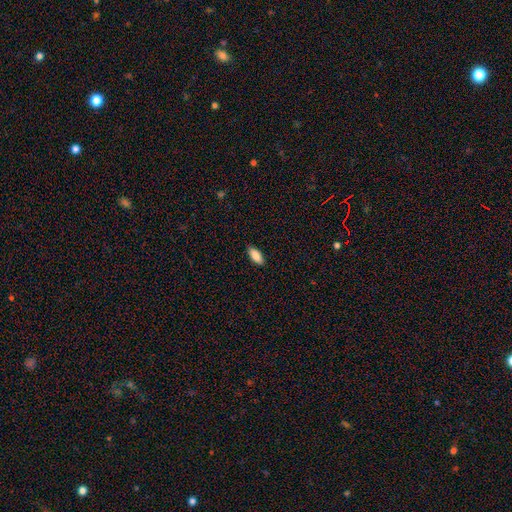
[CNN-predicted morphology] smooth 88%, star or artifact 7%, featured or disk 5%. Down the decision tree: how rounded — in between (83%); merging — none (89%).